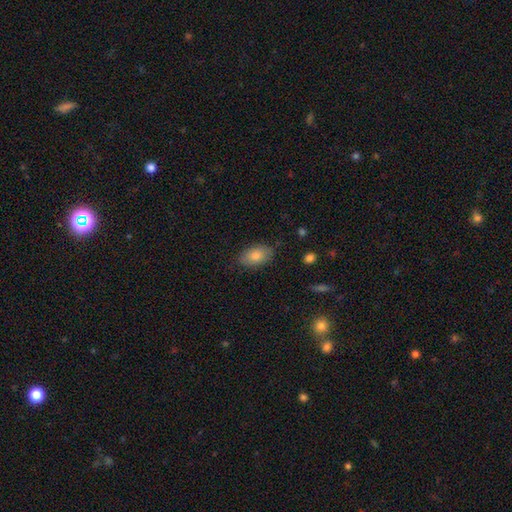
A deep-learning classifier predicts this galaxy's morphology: type=smooth (81%); roundness=in between (90%); merging=none (82%).